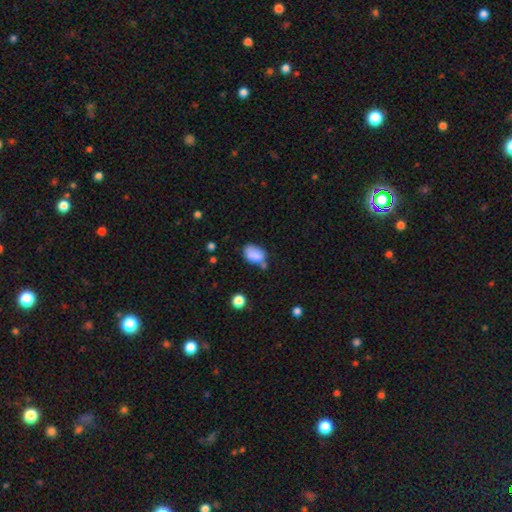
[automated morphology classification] Smooth or featured? smooth (80%)
How rounded? in between (82%)
Merging? none (42%)